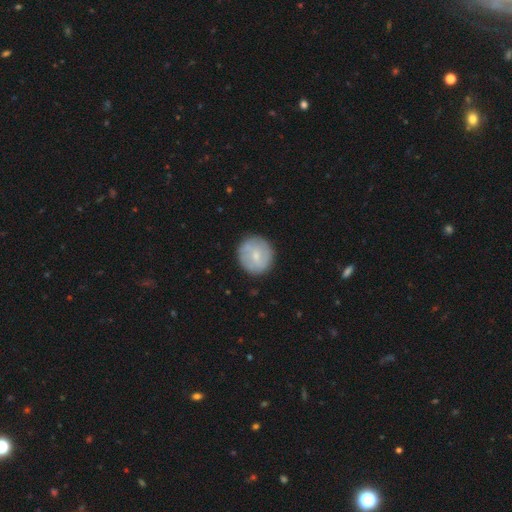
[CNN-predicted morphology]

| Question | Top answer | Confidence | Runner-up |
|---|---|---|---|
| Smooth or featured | smooth | 60% | featured or disk (34%) |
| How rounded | round | 93% | in between (6%) |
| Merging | none | 85% | minor disturbance (11%) |